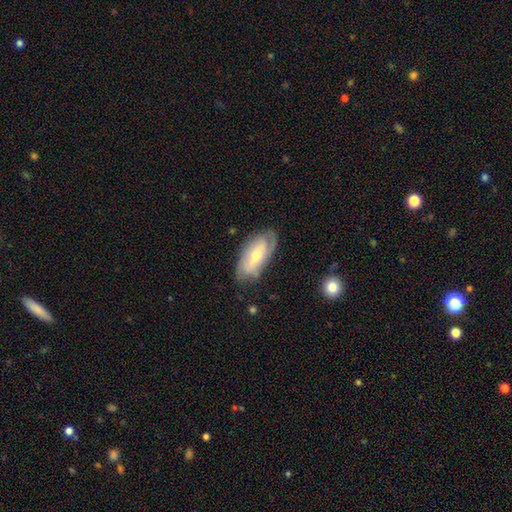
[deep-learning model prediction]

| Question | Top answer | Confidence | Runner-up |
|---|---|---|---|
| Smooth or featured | featured or disk | 57% | smooth (37%) |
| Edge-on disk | no | 89% | yes (11%) |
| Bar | no | 56% | weak (32%) |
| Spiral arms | yes | 79% | no (21%) |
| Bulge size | small | 52% | moderate (43%) |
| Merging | none | 71% | minor disturbance (21%) |